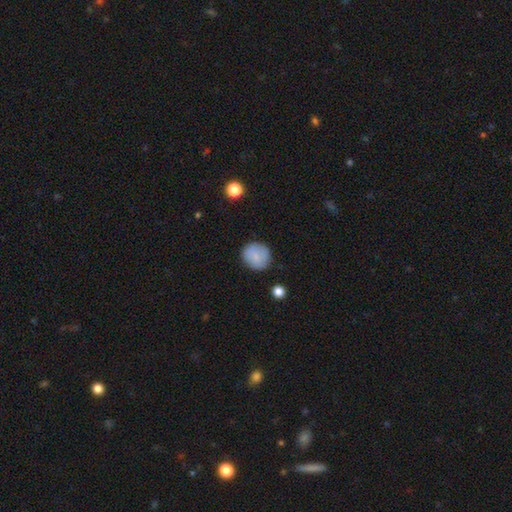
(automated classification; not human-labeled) smooth 83%, featured or disk 10%, star or artifact 7%. Down the decision tree: how rounded — round (89%); merging — none (84%).